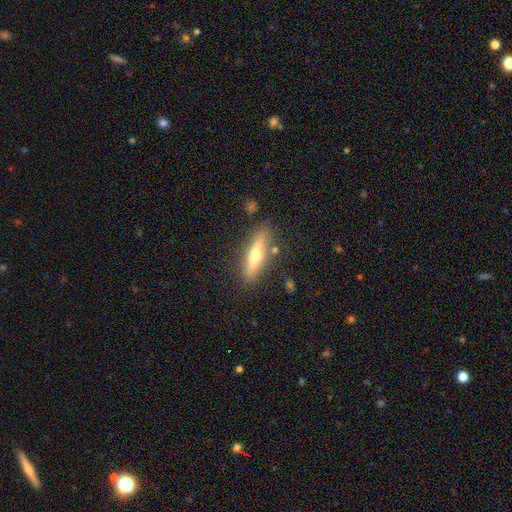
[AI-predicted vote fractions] Overall: featured or disk (55%; smooth 38%). Edge-on disk: yes (91%). Edge-on bulge: rounded (92%). Merging: none (84%).